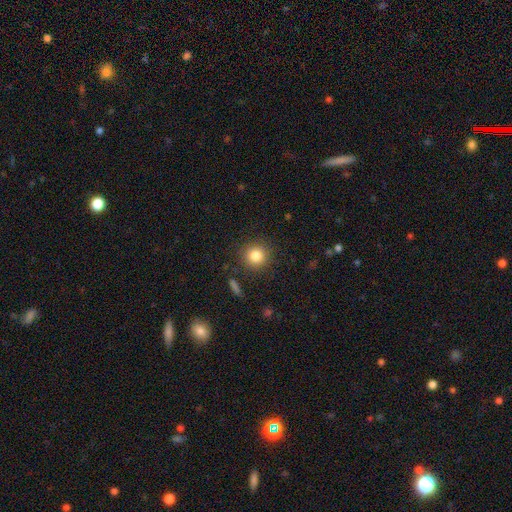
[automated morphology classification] smooth 83%, star or artifact 11%, featured or disk 6%. Down the decision tree: how rounded — round (93%); merging — none (88%).